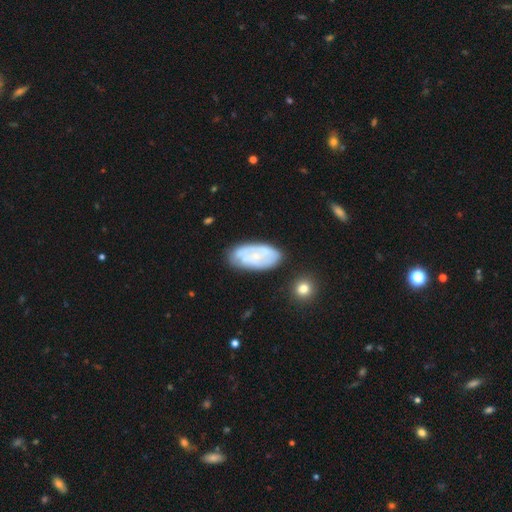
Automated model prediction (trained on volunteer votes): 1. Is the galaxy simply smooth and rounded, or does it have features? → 61% featured or disk, 32% smooth, 7% star or artifact.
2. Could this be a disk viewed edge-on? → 93% no, 7% yes.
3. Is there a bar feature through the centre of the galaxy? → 76% no, 20% weak, 4% strong.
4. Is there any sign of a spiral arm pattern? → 60% yes, 40% no.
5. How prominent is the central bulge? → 66% small, 21% moderate, 10% none, 2% large, 1% dominant.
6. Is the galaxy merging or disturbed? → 70% none, 20% minor disturbance, 6% major disturbance, 4% merger.